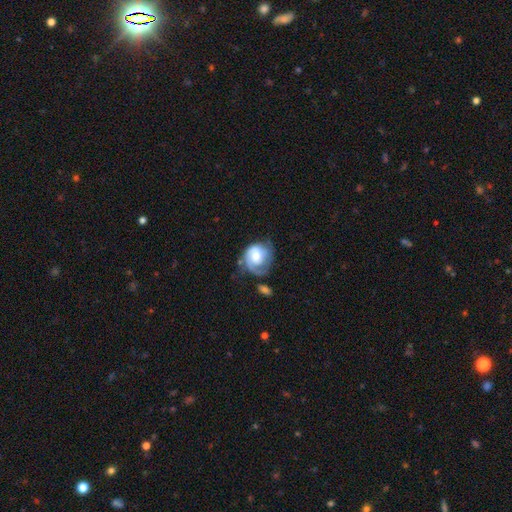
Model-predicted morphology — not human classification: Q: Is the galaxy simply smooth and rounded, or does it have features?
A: featured or disk — 67%.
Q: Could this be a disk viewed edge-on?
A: no — 98%.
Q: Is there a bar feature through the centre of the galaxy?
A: no — 63%.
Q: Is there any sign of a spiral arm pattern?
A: yes — 87%.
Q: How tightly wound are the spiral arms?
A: tight — 53%.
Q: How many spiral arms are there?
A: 2 — 40%.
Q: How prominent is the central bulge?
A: moderate — 53%.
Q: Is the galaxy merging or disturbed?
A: none — 46%.